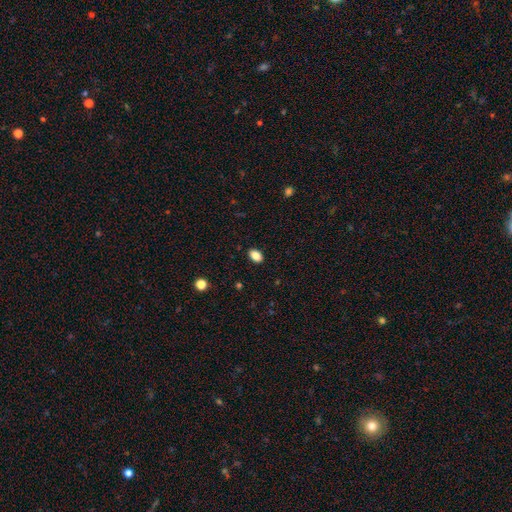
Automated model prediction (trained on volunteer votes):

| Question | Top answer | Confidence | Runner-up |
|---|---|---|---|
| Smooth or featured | smooth | 87% | star or artifact (9%) |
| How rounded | in between | 86% | round (13%) |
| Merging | none | 89% | minor disturbance (8%) |